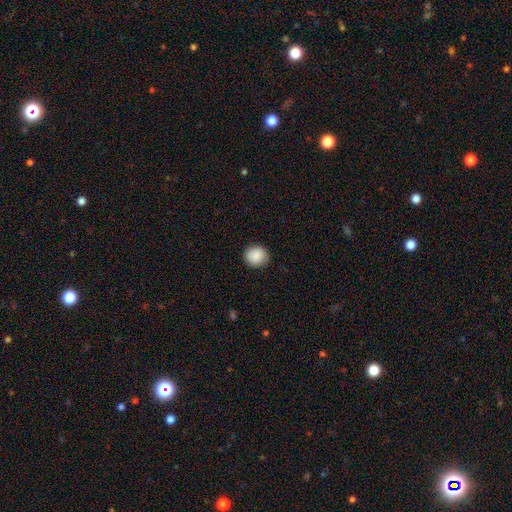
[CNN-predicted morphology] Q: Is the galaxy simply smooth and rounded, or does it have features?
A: smooth — 89%.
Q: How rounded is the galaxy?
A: round — 84%.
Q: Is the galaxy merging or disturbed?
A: none — 88%.